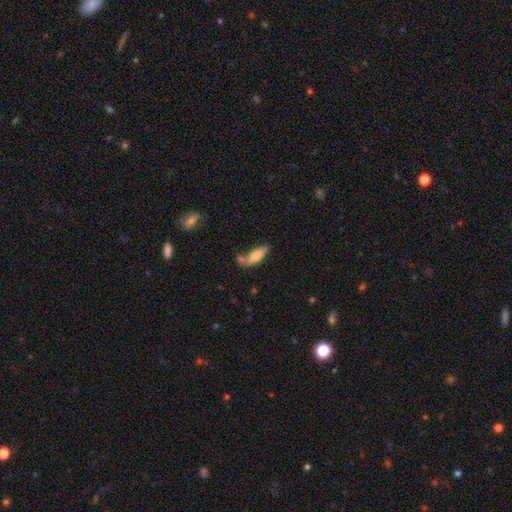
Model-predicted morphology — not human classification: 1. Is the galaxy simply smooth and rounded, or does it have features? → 73% smooth, 21% featured or disk, 7% star or artifact.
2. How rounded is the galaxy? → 53% in between, 45% cigar-shaped, 2% round.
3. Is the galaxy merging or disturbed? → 48% none, 27% merger, 18% minor disturbance, 6% major disturbance.